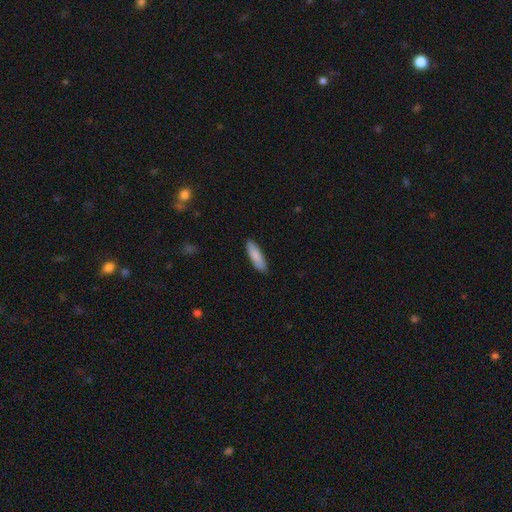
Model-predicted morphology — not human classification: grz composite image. It shows a smooth galaxy with no disk features (85%) that is cigar-shaped (57%). Merging: none (86%).